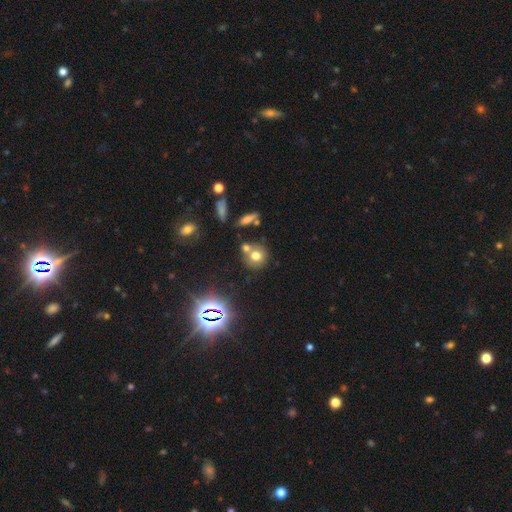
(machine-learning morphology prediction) A smooth galaxy with no disk features (66%) that is round (82%). Merging: none (51%).